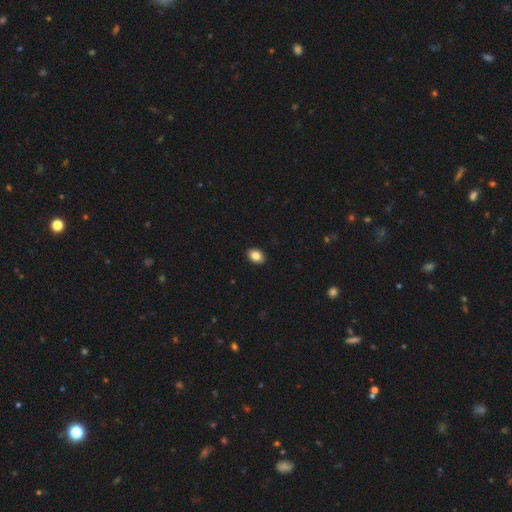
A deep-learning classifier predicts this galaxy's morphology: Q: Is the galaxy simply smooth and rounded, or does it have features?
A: smooth — 85%.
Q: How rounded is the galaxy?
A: in between — 81%.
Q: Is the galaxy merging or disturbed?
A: none — 91%.